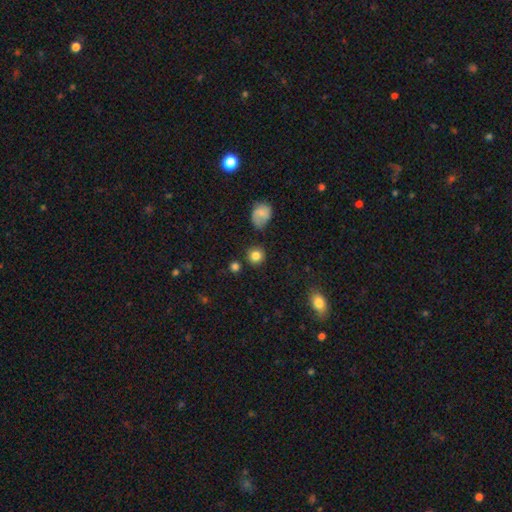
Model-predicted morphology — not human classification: The model was most divided on "smooth or featured": smooth: 82%, star or artifact: 12%, featured or disk: 6%. More confident: how rounded — round (90%); merging — none (83%).